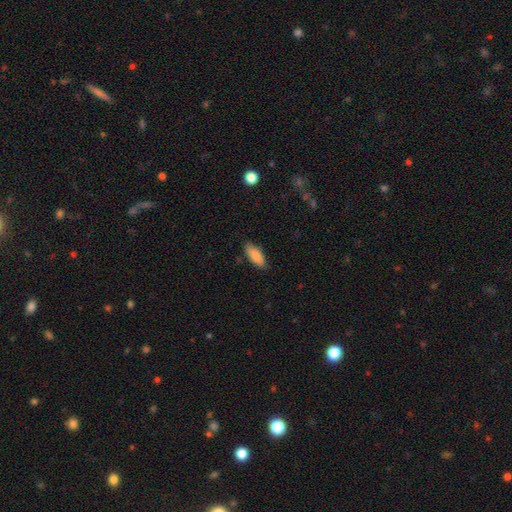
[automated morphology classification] Overall: smooth (86%). How rounded: in between (80%). Merging: none (83%).